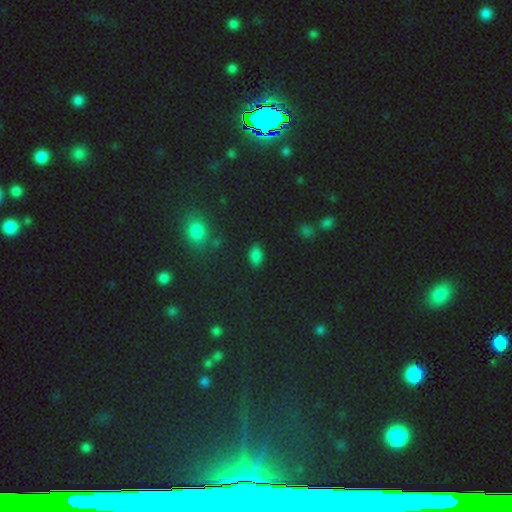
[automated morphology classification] A smooth galaxy with no disk features (76%) that is in between round and cigar-shaped (90%). Merging: none (84%).